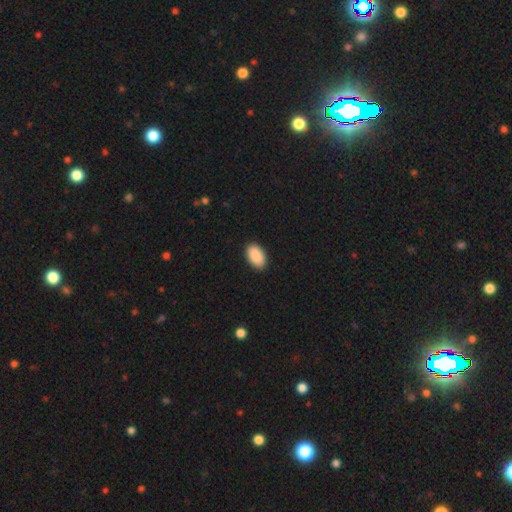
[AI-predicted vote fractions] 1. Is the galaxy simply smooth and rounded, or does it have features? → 91% smooth, 6% star or artifact, 3% featured or disk.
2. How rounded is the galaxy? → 94% in between, 5% round, 1% cigar-shaped.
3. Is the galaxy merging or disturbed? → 91% none, 6% minor disturbance, 2% major disturbance, 1% merger.